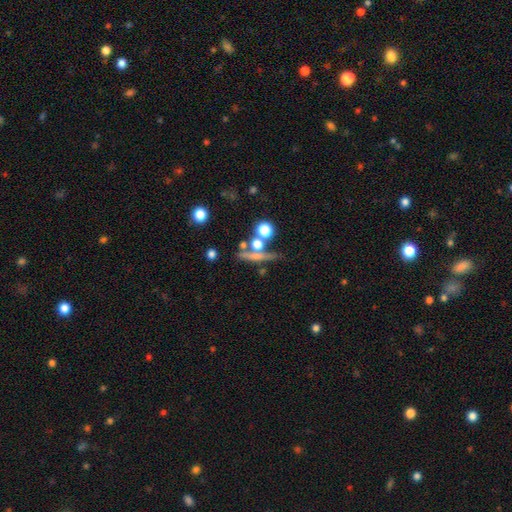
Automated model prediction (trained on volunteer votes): smooth-or-featured: featured or disk: 44% | smooth: 43% | star or artifact: 13%
  merging: none: 65% | merger: 18% | minor disturbance: 11% | major disturbance: 6%